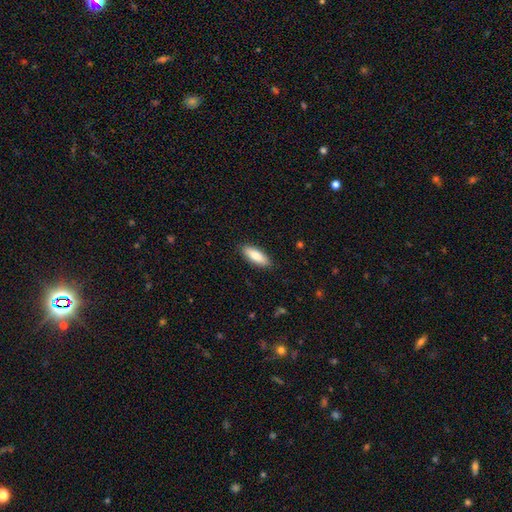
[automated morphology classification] This is clearly a smooth galaxy (81%). How rounded: likely in between (65%). Merging: clearly none (89%).